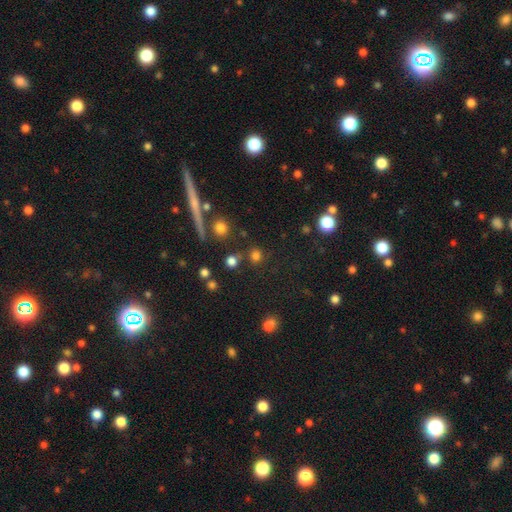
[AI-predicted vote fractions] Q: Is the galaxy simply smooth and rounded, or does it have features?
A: smooth — 75%.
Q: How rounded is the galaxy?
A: round — 87%.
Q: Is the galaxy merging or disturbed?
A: none — 79%.